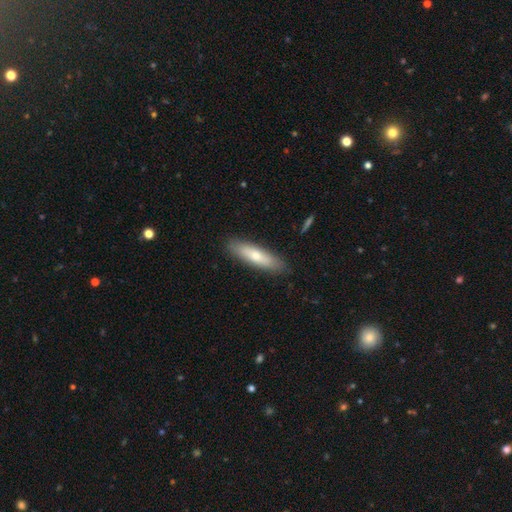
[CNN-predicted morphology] Overall: smooth (69%). How rounded: cigar-shaped (68%; in between 31%). Merging: none (87%).